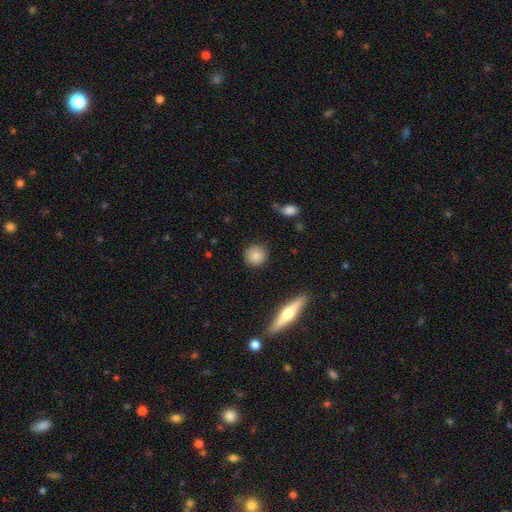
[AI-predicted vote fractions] A smooth galaxy with no disk features (84%) that is round (91%).

Vote fractions:
- Smooth or featured? smooth: 84% / featured or disk: 9% / star or artifact: 8%
- How rounded? round: 91% / in between: 7% / cigar-shaped: 2%
- Merging? none: 90% / minor disturbance: 7% / major disturbance: 2% / merger: 1%